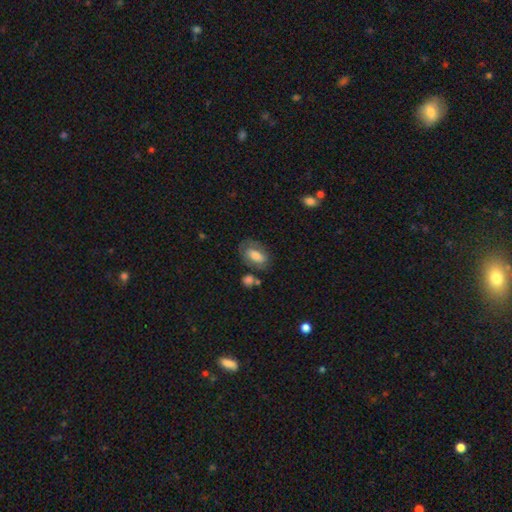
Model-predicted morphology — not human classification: A smooth galaxy with no disk features (68%) that is in between round and cigar-shaped (89%).

Vote fractions:
- Smooth or featured? smooth: 68% / featured or disk: 25% / star or artifact: 7%
- How rounded? in between: 89% / round: 7% / cigar-shaped: 4%
- Merging? none: 62% / minor disturbance: 20% / major disturbance: 10% / merger: 7%